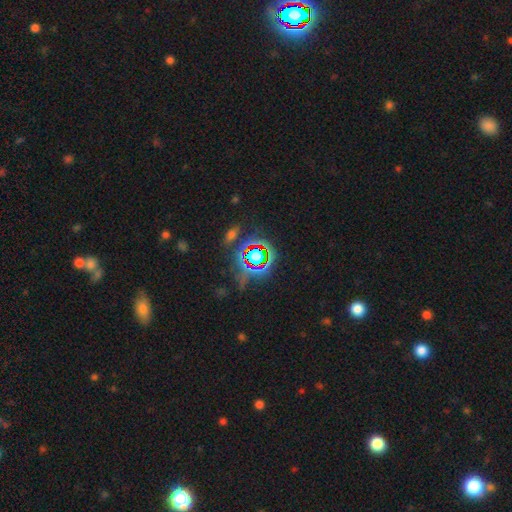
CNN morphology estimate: A star or artifact, not a galaxy (71%).

Vote fractions:
- Smooth or featured? star or artifact: 71% / smooth: 18% / featured or disk: 11%